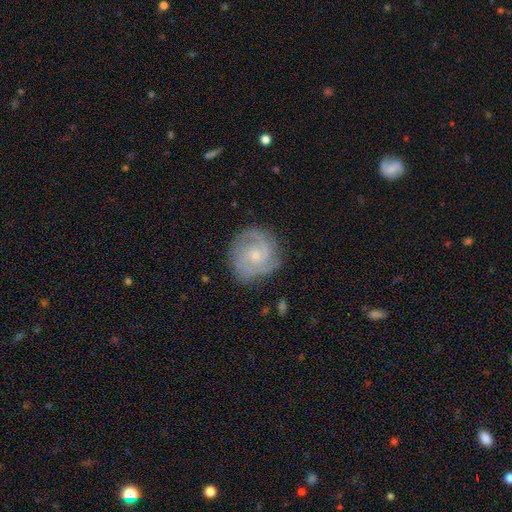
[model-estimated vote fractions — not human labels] A featured or disk galaxy (81%) with no bar (72%), 2 (37%) tight (53%) spiral arms (95%) and a small central bulge (70%). Merging: none (76%).